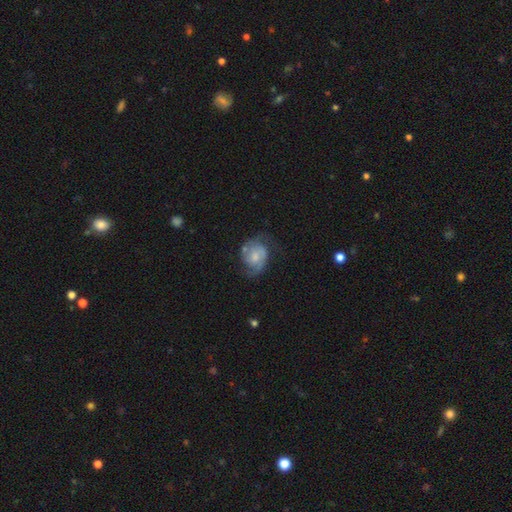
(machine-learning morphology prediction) This appears to be a featured or disk galaxy (67%) with no bar (68%), 2 (74%) medium (44%) spiral arms (90%) and a moderate central bulge (44%). Merging: none (55%).